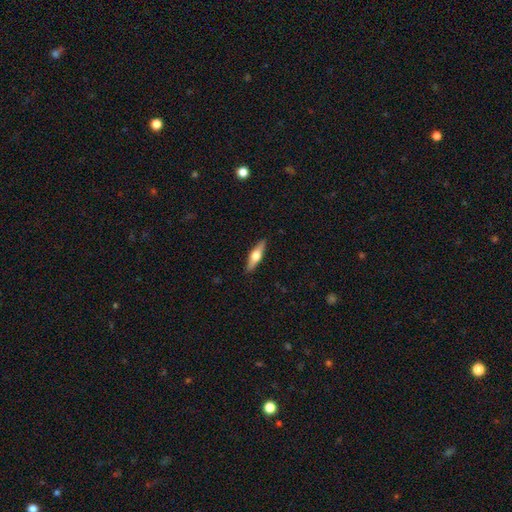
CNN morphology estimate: smooth_or_featured: featured or disk (p=0.58) [alt: smooth p=0.37]
disk_edge_on: yes (p=0.95) [alt: no p=0.05]
edge_on_bulge: rounded (p=0.94) [alt: boxy p=0.04]
merging: none (p=0.90) [alt: minor disturbance p=0.07]